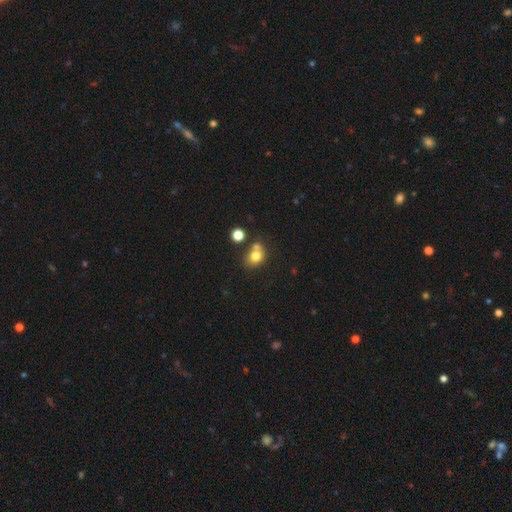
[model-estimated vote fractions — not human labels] The model was most divided on "merging": none: 50%, merger: 33%, minor disturbance: 12%, major disturbance: 5%. More confident: smooth or featured — smooth (77%); how rounded — round (62%).